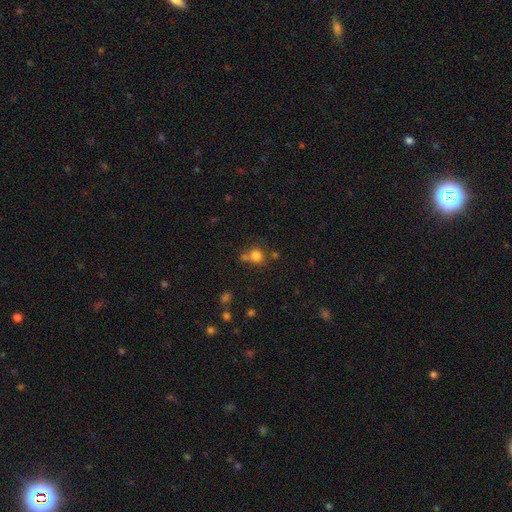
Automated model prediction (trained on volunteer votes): This appears to be a smooth galaxy with no disk features (79%) that is round (81%). Merging: none (58%).